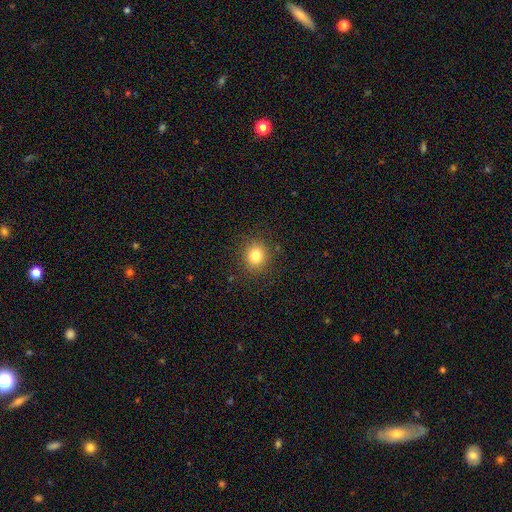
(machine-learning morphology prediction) Overall: smooth (81%). How rounded: round (82%). Merging: none (88%).